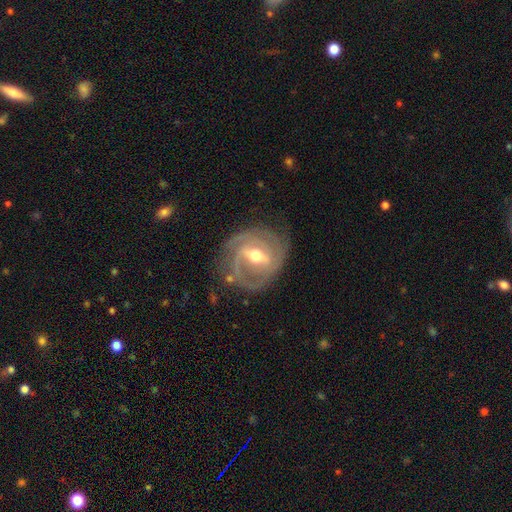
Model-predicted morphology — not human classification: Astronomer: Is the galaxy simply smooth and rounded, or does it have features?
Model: featured or disk — 87%.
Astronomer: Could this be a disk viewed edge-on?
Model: no — 96%.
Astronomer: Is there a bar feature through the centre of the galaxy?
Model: strong — 50% (runner-up: weak, 38%).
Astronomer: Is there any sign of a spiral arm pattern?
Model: yes — 92%.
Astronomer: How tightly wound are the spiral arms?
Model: tight — 54% (runner-up: medium, 35%).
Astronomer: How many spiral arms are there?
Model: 2 — 52%.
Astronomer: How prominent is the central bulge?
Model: moderate — 73%.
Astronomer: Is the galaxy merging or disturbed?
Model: none — 69%.